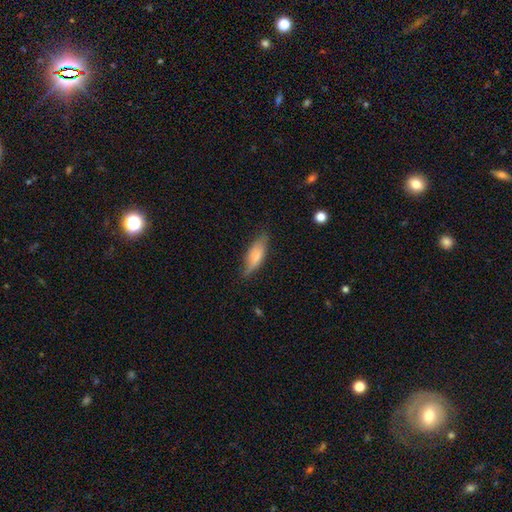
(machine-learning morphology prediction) Q: Smooth or featured?
A: smooth (70%); runner-up: featured or disk (24%)
Q: How rounded?
A: in between (58%); runner-up: cigar-shaped (40%)
Q: Merging?
A: none (69%); runner-up: minor disturbance (24%)